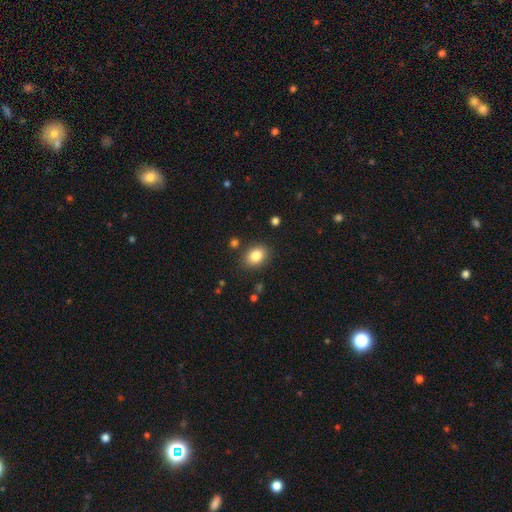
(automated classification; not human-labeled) Overall: smooth (83%). How rounded: in between (66%; round 33%). Merging: none (85%).